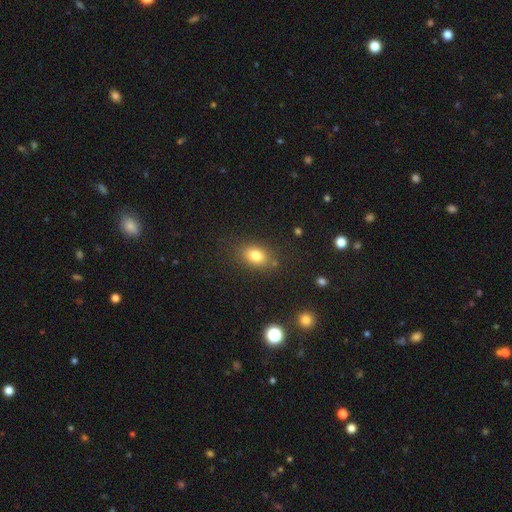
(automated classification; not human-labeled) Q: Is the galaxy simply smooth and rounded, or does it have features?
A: smooth — 80%.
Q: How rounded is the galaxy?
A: in between — 73%.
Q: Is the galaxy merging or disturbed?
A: none — 80%.